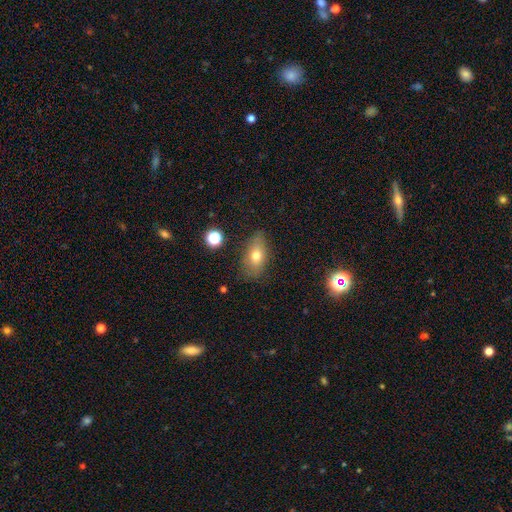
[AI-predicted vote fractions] Q: Smooth or featured?
A: smooth (68%); runner-up: featured or disk (22%)
Q: How rounded?
A: in between (84%); runner-up: round (11%)
Q: Merging?
A: none (76%); runner-up: minor disturbance (18%)